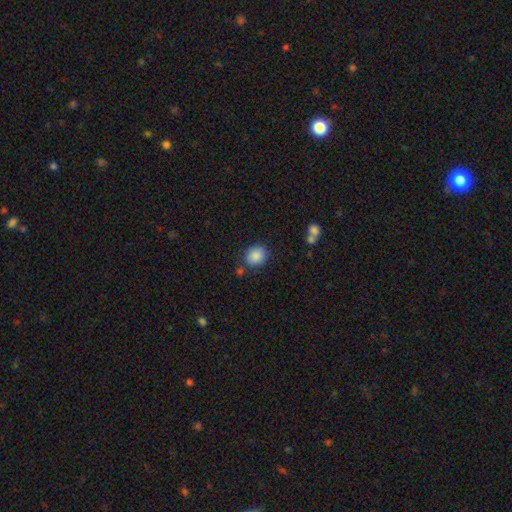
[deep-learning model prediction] smooth_or_featured: smooth (p=0.88) [alt: star or artifact p=0.09]
how_rounded: round (p=0.67) [alt: in between p=0.32]
merging: none (p=0.79) [alt: minor disturbance p=0.12]